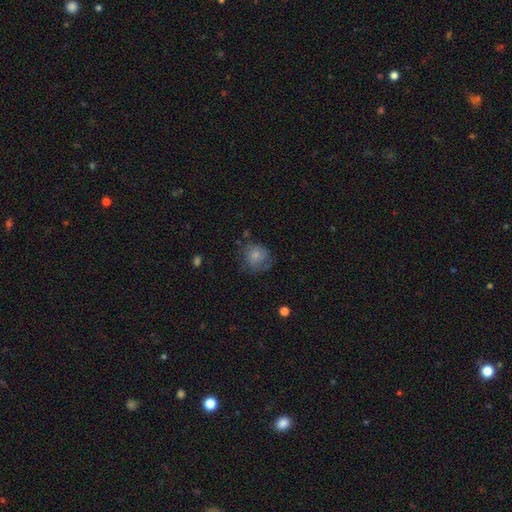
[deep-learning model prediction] smooth 75%, featured or disk 17%, star or artifact 9%. Down the decision tree: how rounded — round (79%); merging — none (58%).